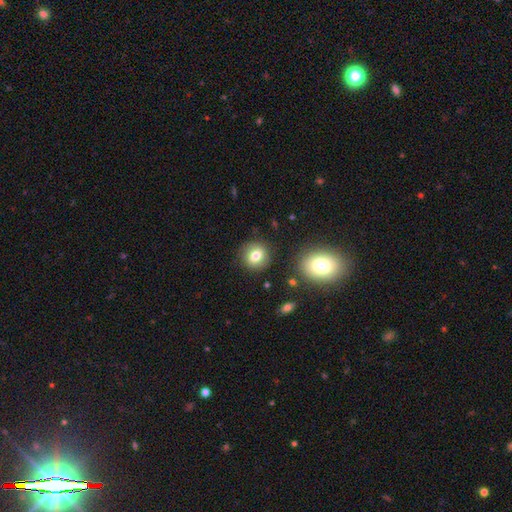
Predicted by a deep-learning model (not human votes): Overall: smooth (76%). How rounded: round (84%). Merging: none (87%).